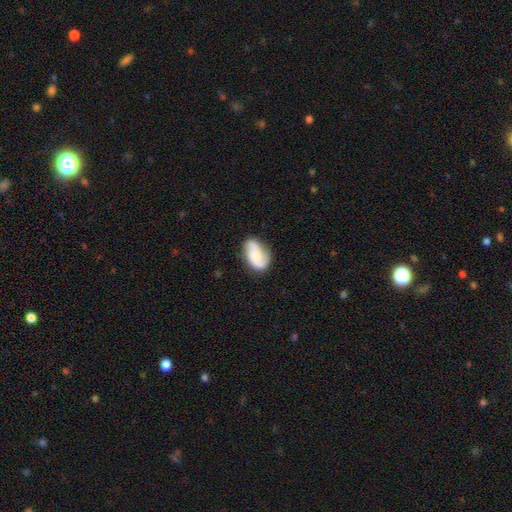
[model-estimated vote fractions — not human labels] This appears to be a featured or disk galaxy (62%) with no bar (64%), 2 (83%) medium (42%) spiral arms (94%) and a small central bulge (40%). Merging: none (73%).